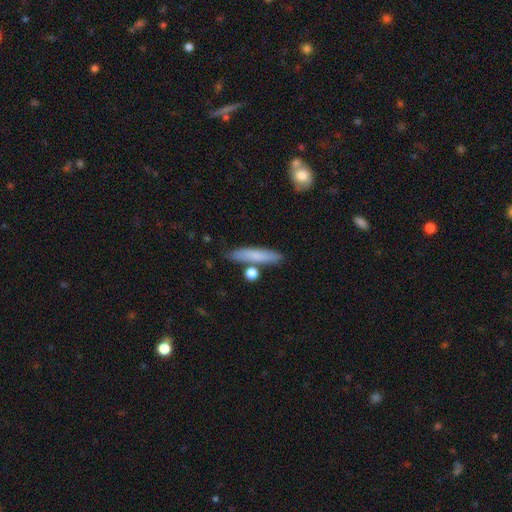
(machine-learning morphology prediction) Smooth or featured: smooth — 76% (featured or disk — 18%)
How rounded: cigar-shaped — 83% (in between — 15%)
Merging: none — 80% (minor disturbance — 11%)